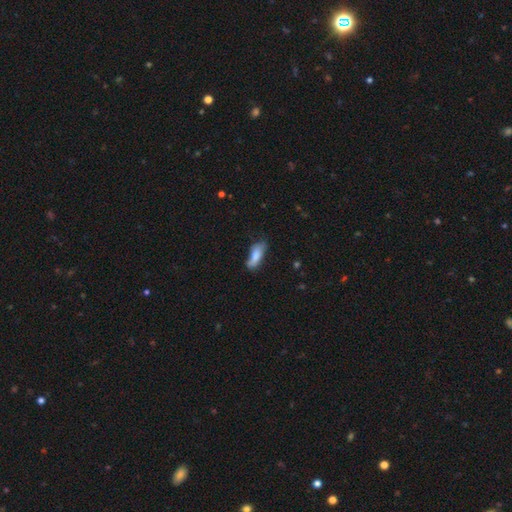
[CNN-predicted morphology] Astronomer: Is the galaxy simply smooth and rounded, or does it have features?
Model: smooth — 79%.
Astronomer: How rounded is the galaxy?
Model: in between — 65%.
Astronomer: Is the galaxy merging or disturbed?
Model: none — 58%.